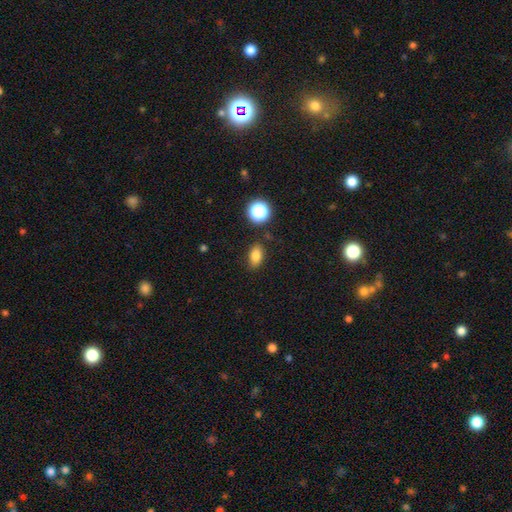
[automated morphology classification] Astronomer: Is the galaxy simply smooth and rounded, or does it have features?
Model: smooth — 82%.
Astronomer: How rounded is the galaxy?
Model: in between — 83%.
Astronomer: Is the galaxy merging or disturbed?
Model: none — 84%.